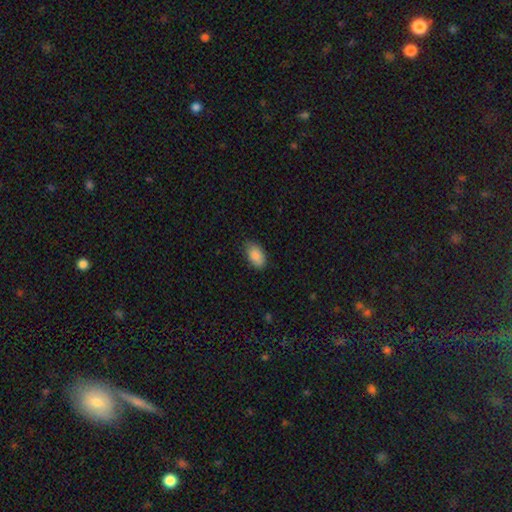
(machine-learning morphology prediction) smooth-or-featured: smooth: 88% | star or artifact: 7% | featured or disk: 5%
  how-rounded: in between: 92% | round: 6% | cigar-shaped: 2%
  merging: none: 76% | minor disturbance: 20% | major disturbance: 3% | merger: 1%